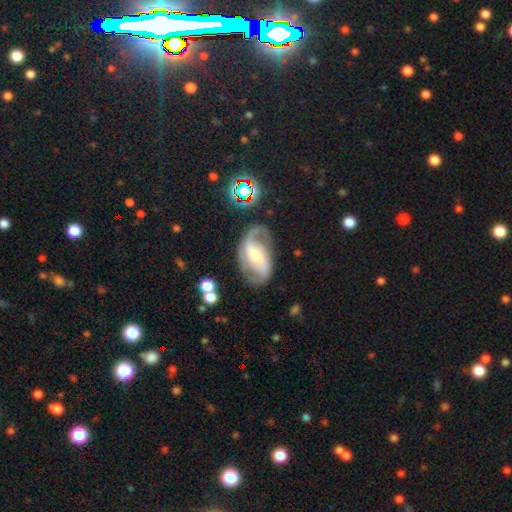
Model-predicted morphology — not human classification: smooth-or-featured: featured or disk: 82% | smooth: 11% | star or artifact: 7%
  disk-edge-on: no: 97% | yes: 3%
    bar: weak: 41% | strong: 30% | no: 29%
    has-spiral-arms: yes: 95% | no: 5%
      spiral-winding: medium: 44% | loose: 40% | tight: 16%
      spiral-arm-count: 2: 88% | can't tell: 5% | 1: 3% | 3: 2% | 4: 1% | more than 4: 1%
    bulge-size: moderate: 45% | small: 37% | large: 11% | none: 5% | dominant: 2%
  merging: none: 72% | minor disturbance: 16% | major disturbance: 9% | merger: 3%